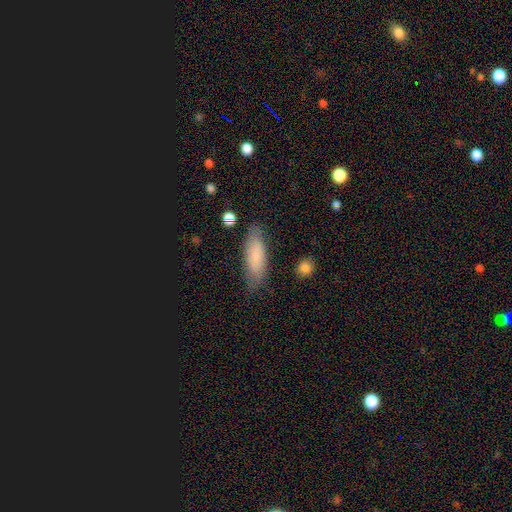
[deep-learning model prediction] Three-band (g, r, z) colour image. It shows a smooth galaxy with no disk features (79%) that is in between round and cigar-shaped (59%). Merging: none (80%).